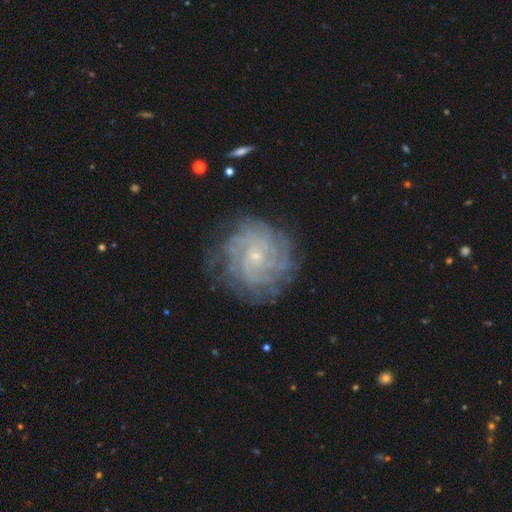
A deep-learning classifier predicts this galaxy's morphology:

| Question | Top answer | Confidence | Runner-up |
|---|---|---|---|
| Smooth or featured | featured or disk | 82% | smooth (11%) |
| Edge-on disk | no | 98% | yes (2%) |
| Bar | no | 76% | weak (20%) |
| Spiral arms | yes | 94% | no (6%) |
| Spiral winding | tight | 78% | medium (18%) |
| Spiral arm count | can't tell | 37% | 4 (18%) |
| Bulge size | small | 84% | moderate (12%) |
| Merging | none | 78% | minor disturbance (15%) |